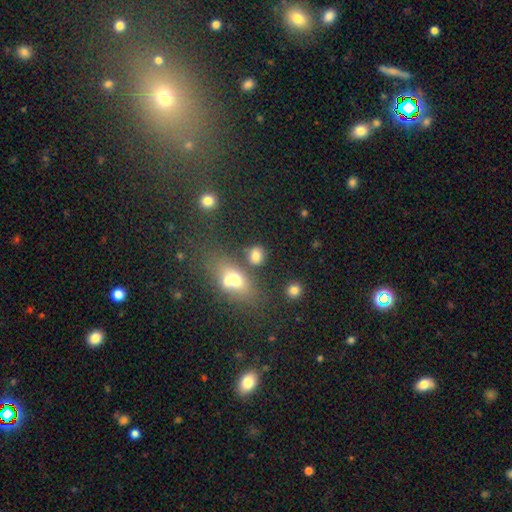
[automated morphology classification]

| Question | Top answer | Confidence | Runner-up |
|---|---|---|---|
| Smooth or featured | smooth | 76% | star or artifact (14%) |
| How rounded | round | 58% | in between (40%) |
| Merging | none | 60% | merger (22%) |